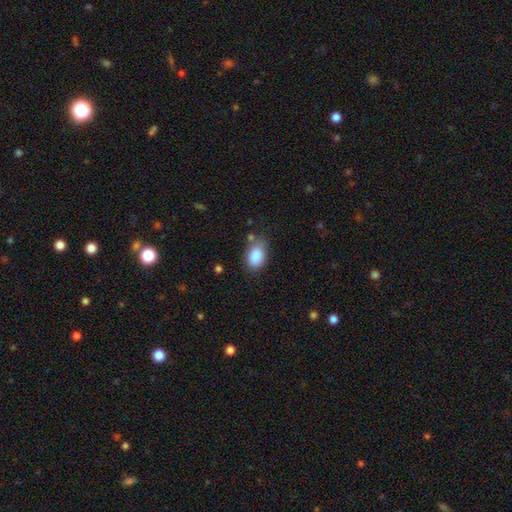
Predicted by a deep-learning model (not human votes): smooth 86%, star or artifact 8%, featured or disk 6%. Down the decision tree: how rounded — in between (83%); merging — none (67%).